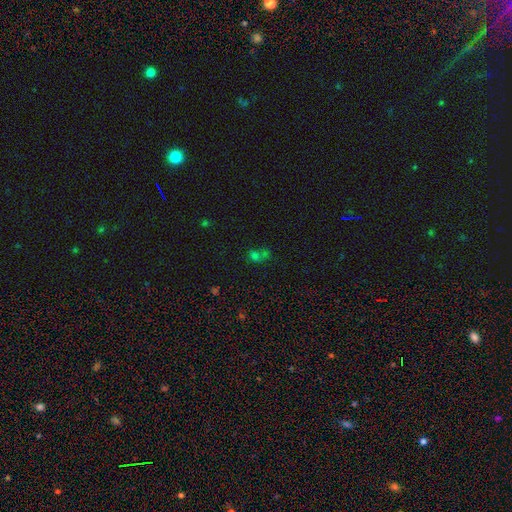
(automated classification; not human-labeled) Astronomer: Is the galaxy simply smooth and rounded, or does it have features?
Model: smooth — 49% (runner-up: star or artifact, 38%).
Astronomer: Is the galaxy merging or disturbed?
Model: merger — 41% (runner-up: none, 39%).